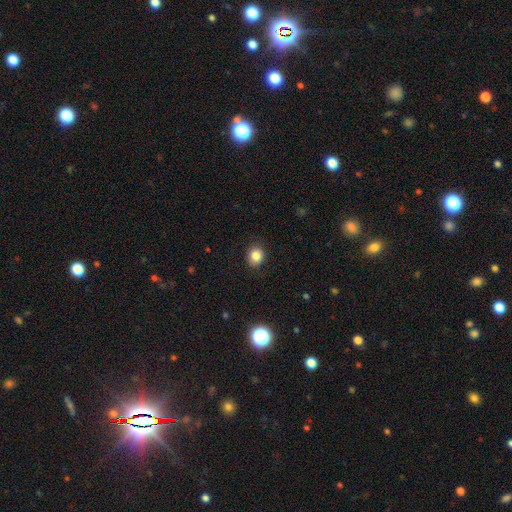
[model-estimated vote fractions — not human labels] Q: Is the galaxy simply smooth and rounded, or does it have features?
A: smooth — 83%.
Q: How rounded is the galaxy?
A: round — 68%.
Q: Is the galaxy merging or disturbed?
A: none — 89%.